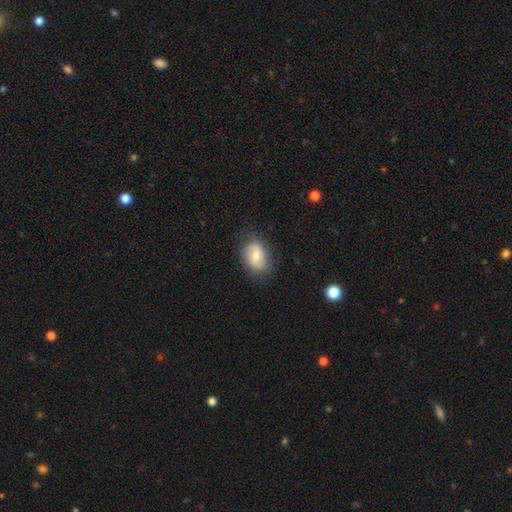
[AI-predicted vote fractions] Smooth or featured: smooth — 65% (featured or disk — 28%)
How rounded: in between — 73% (round — 26%)
Merging: none — 74% (minor disturbance — 19%)